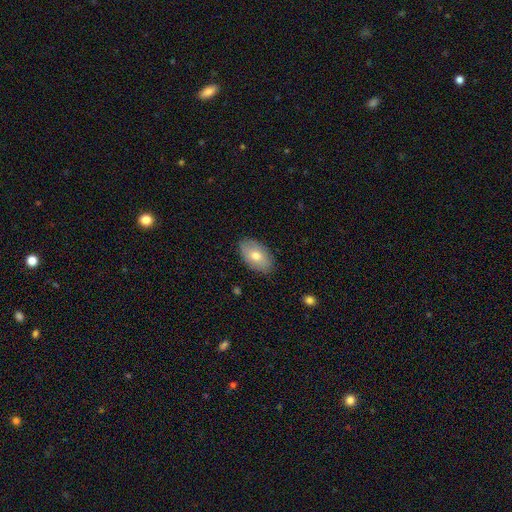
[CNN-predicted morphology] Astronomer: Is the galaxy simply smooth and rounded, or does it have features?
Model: smooth — 71%.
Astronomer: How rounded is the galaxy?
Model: in between — 92%.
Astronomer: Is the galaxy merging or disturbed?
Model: none — 86%.